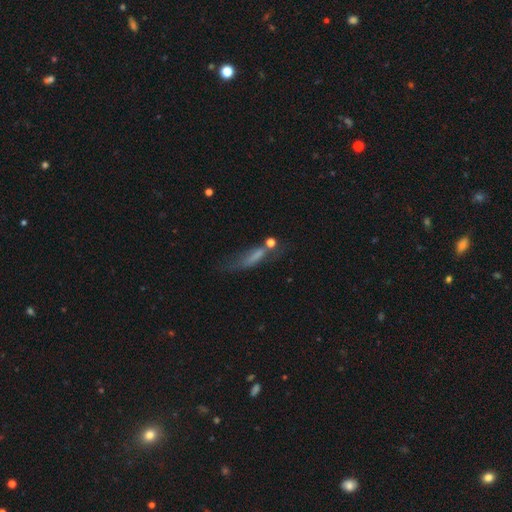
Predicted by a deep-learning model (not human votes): smooth 52%, featured or disk 31%, star or artifact 16%. Down the decision tree: how rounded — cigar-shaped (59%); merging — none (34%).